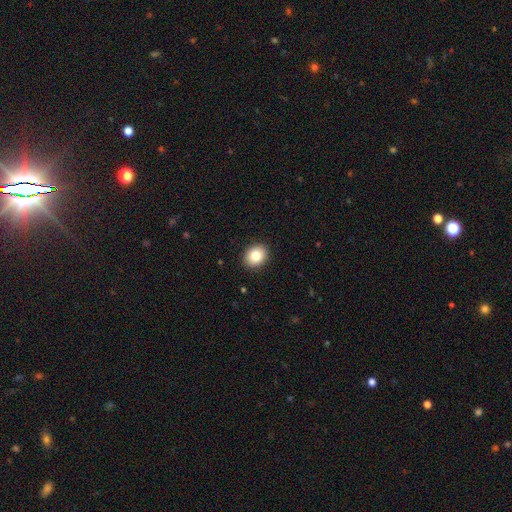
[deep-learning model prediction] Smooth or featured? smooth (84%)
How rounded? round (54%)
Merging? none (91%)